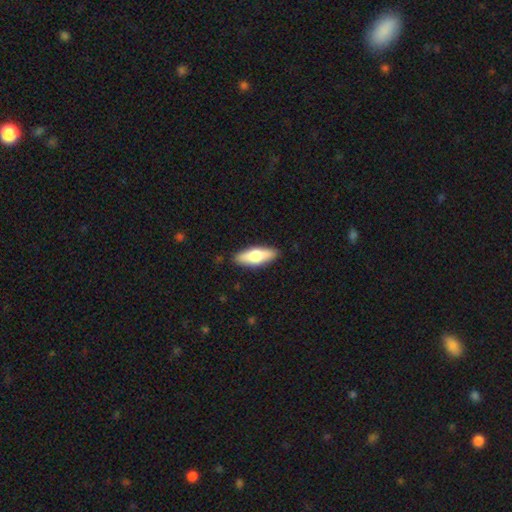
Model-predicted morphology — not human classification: Overall: smooth (62%; featured or disk 32%). How rounded: in between (58%; cigar-shaped 40%). Merging: none (88%).